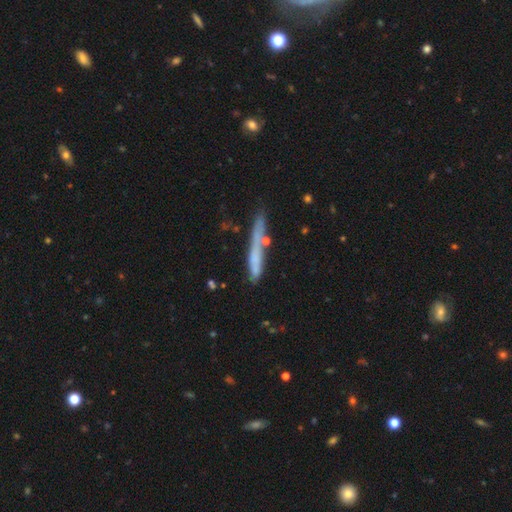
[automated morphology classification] Smooth or featured? smooth (55%)
How rounded? cigar-shaped (95%)
Merging? none (69%)